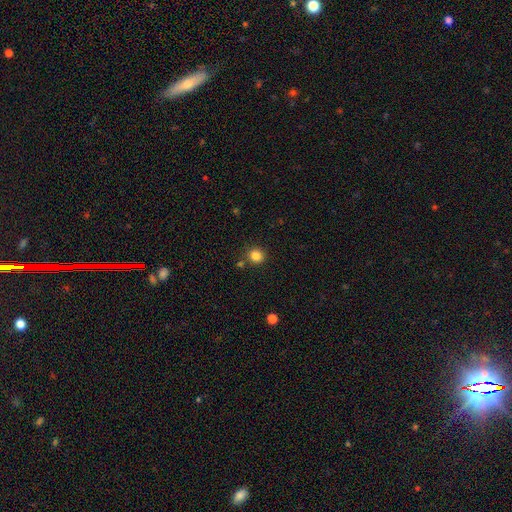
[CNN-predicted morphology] Smooth or featured: smooth — 84% (star or artifact — 12%)
How rounded: round — 90% (in between — 9%)
Merging: none — 84% (minor disturbance — 8%)